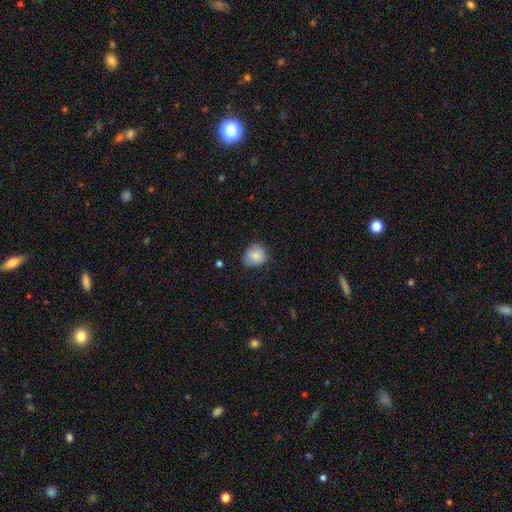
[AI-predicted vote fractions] Smooth or featured: smooth — 80% (featured or disk — 12%)
How rounded: round — 77% (in between — 22%)
Merging: none — 68% (minor disturbance — 25%)